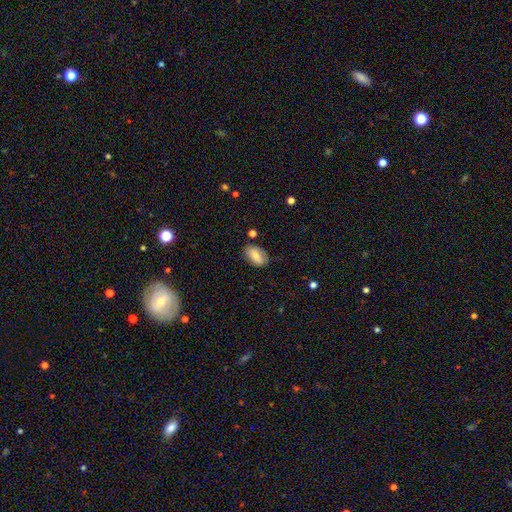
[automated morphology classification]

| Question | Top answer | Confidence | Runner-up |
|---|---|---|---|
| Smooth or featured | smooth | 73% | featured or disk (20%) |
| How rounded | in between | 91% | round (7%) |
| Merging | none | 78% | minor disturbance (16%) |